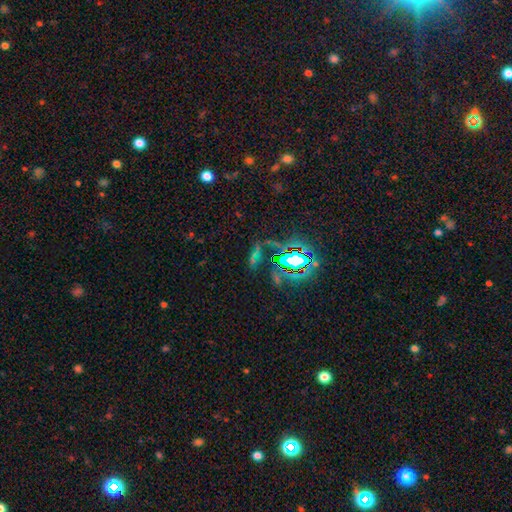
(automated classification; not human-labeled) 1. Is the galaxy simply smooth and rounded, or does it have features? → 65% star or artifact, 19% smooth, 16% featured or disk.